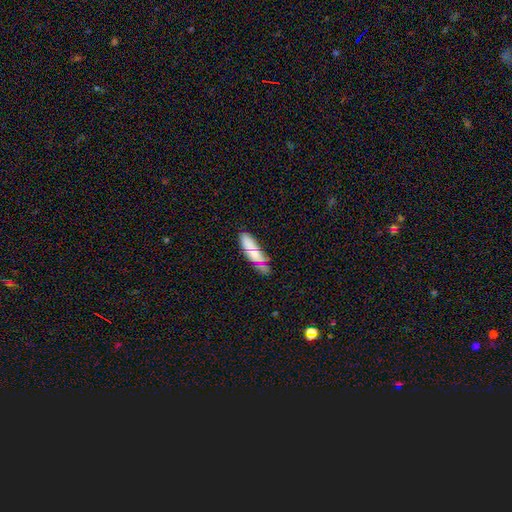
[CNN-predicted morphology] smooth 71%, featured or disk 19%, star or artifact 11%. Down the decision tree: how rounded — cigar-shaped (49%); merging — none (62%).